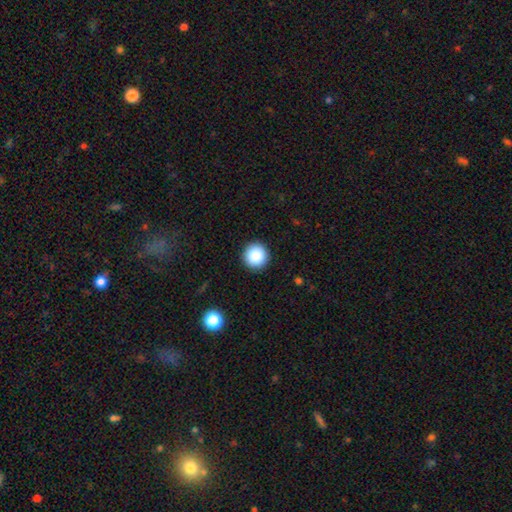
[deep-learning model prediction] Smooth or featured? Predicted: smooth (p=0.87). How rounded? Predicted: round (p=0.95). Merging? Predicted: none (p=0.92).